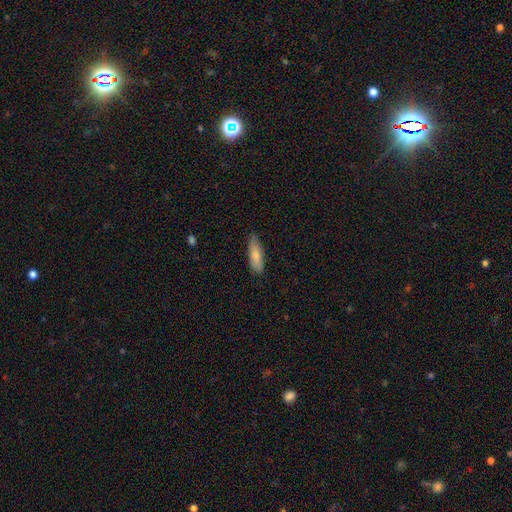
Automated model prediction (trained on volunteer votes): smooth-or-featured: smooth: 79% | featured or disk: 15% | star or artifact: 6%
  how-rounded: in between: 53% | cigar-shaped: 45% | round: 2%
  merging: none: 80% | minor disturbance: 16% | major disturbance: 2% | merger: 1%